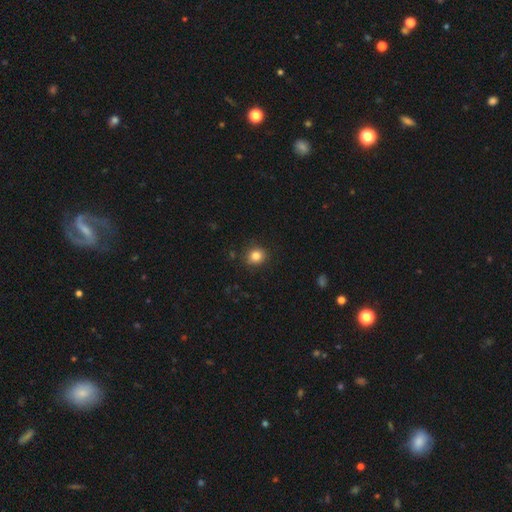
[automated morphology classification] This is clearly a smooth galaxy (83%). How rounded: likely round (80%). Merging: clearly none (88%).